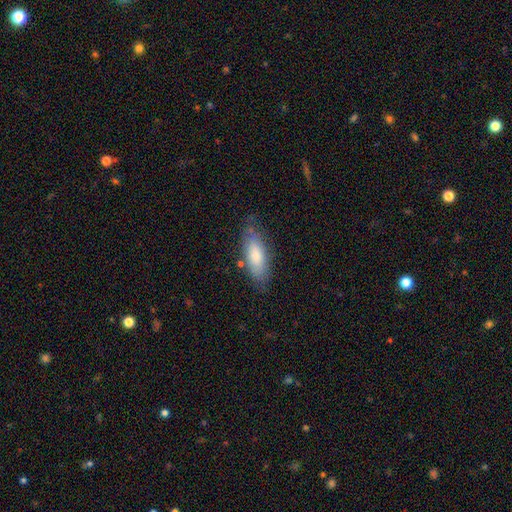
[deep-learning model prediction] Smooth or featured?
  - smooth: 74% *
  - featured or disk: 20%
  - star or artifact: 6%
How rounded?
  - in between: 74% *
  - cigar-shaped: 24%
  - round: 2%
Merging?
  - none: 72% *
  - minor disturbance: 20%
  - major disturbance: 5%
  - merger: 2%